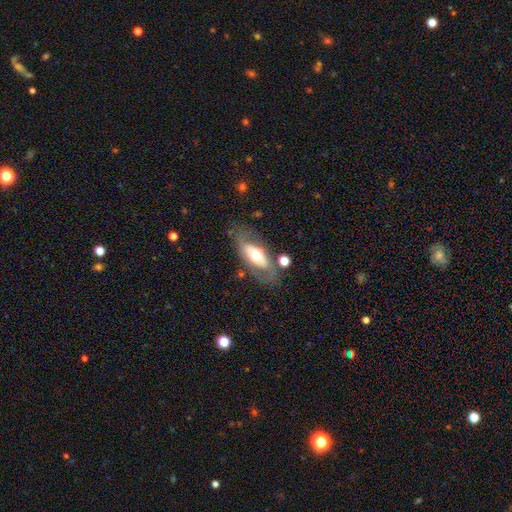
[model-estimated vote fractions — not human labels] featured or disk 63%, smooth 31%, star or artifact 7%. Down the decision tree: edge-on disk — no (84%); bar — no (55%); spiral arms — yes (52%); bulge size — moderate (67%); merging — none (64%).